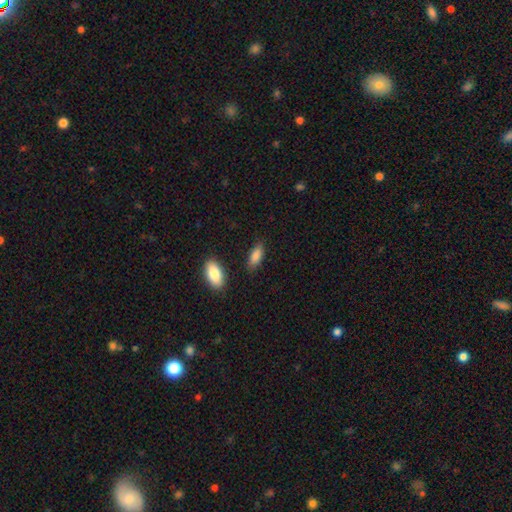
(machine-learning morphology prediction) Smooth or featured: smooth — 86% (featured or disk — 7%)
How rounded: in between — 83% (cigar-shaped — 15%)
Merging: none — 80% (minor disturbance — 13%)